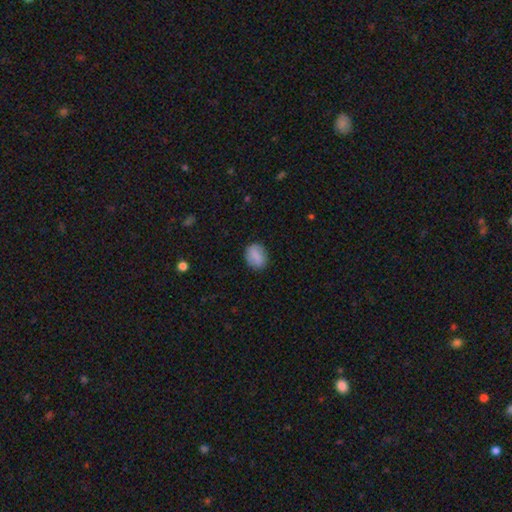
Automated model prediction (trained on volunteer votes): Morphology: type=smooth (80%); roundness=in between (59%); merging=none (84%).